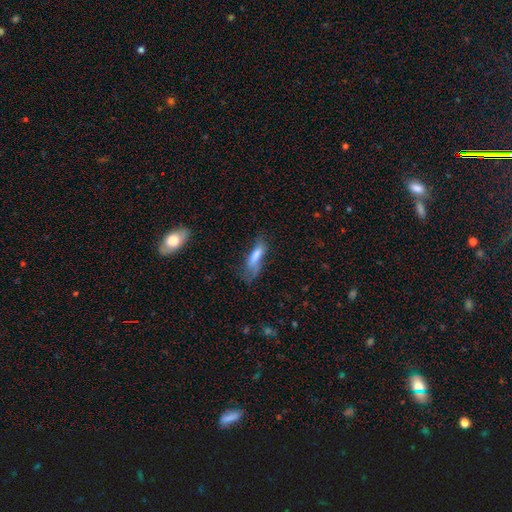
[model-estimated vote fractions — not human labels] A smooth galaxy with no disk features (72%) that is cigar-shaped (53%).

Vote fractions:
- Smooth or featured? smooth: 72% / featured or disk: 20% / star or artifact: 9%
- How rounded? cigar-shaped: 53% / in between: 45% / round: 2%
- Merging? none: 36% / minor disturbance: 32% / major disturbance: 28% / merger: 4%